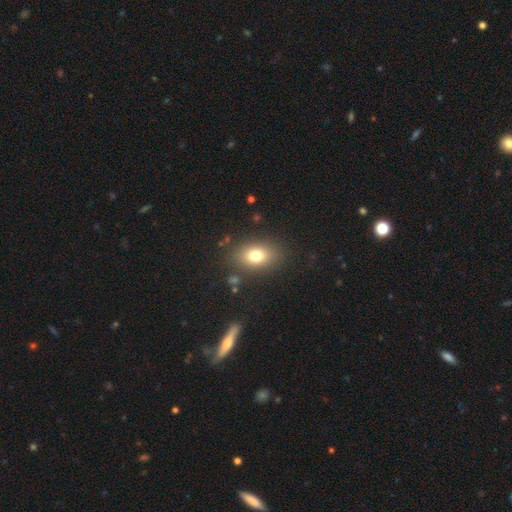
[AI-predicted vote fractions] smooth 77%, featured or disk 12%, star or artifact 11%. Down the decision tree: how rounded — in between (75%); merging — none (84%).